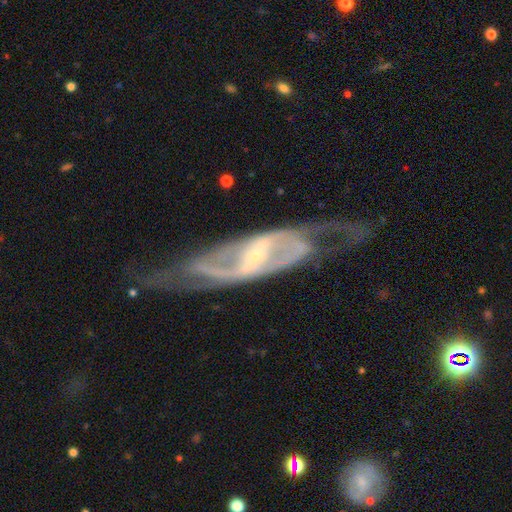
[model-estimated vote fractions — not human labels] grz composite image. It shows a featured or disk galaxy (88%) with a strong bar (50%), 2 (83%) medium (47%) spiral arms (92%) and a small central bulge (76%). Merging: none (61%).